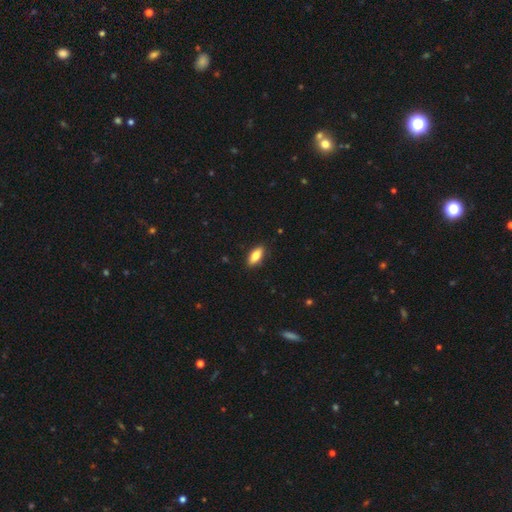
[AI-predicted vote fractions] Smooth or featured: smooth — 79% (featured or disk — 15%)
How rounded: in between — 80% (cigar-shaped — 17%)
Merging: none — 88% (minor disturbance — 9%)